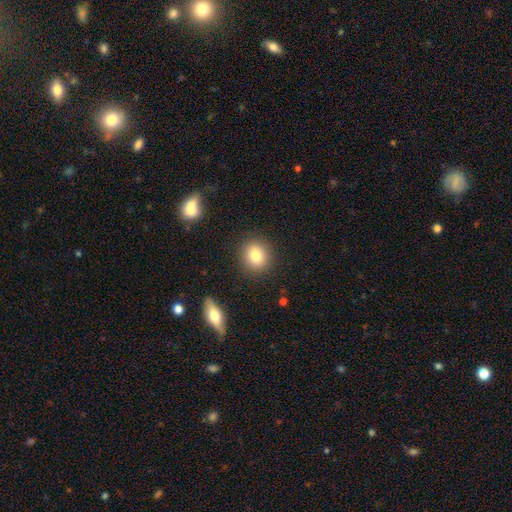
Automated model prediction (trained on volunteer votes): Smooth or featured: smooth — 81% (star or artifact — 10%)
How rounded: round — 81% (in between — 18%)
Merging: none — 88% (minor disturbance — 8%)